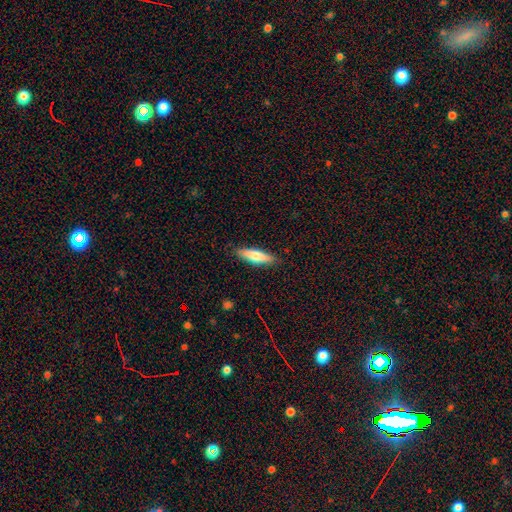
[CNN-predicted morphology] smooth_or_featured: smooth (p=0.69) [alt: featured or disk p=0.25]
how_rounded: cigar-shaped (p=0.66) [alt: in between p=0.32]
merging: none (p=0.88) [alt: minor disturbance p=0.09]